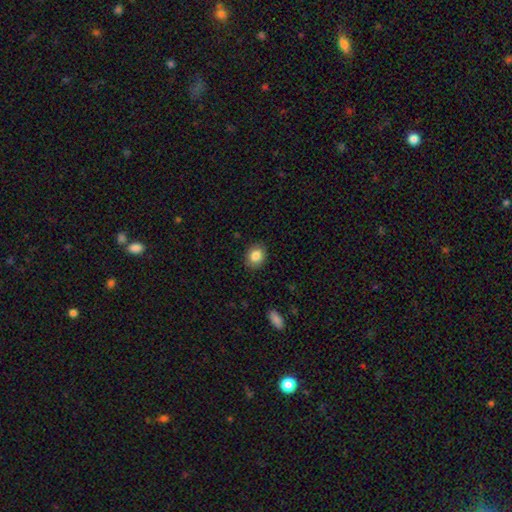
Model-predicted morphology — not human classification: This is clearly a smooth galaxy (85%). How rounded: possibly round (56%). Merging: clearly none (89%).